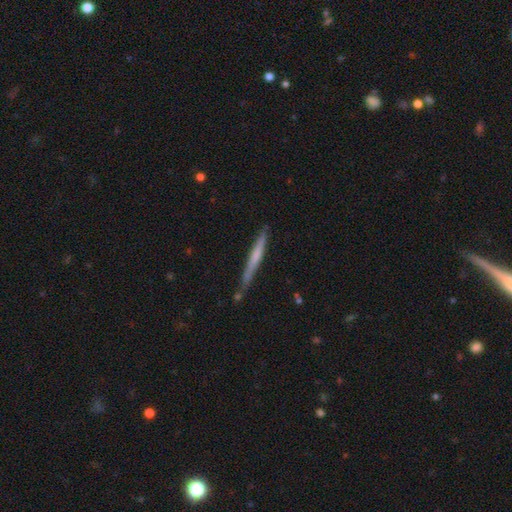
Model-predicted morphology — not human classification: This appears to be a smooth galaxy with no disk features (48%). Merging: none (75%).